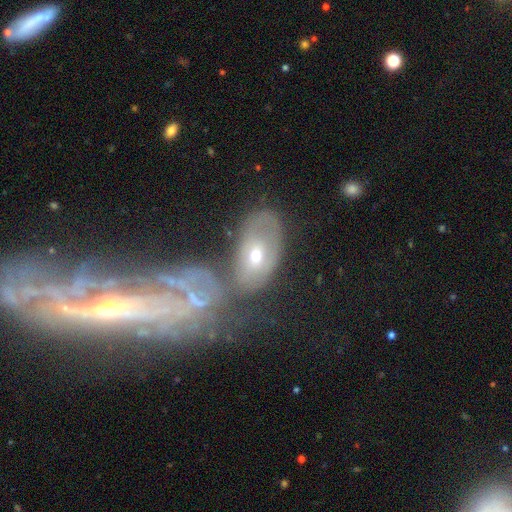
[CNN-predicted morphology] featured or disk 49%, smooth 42%, star or artifact 9%. Down the decision tree: merging — merger (38%).